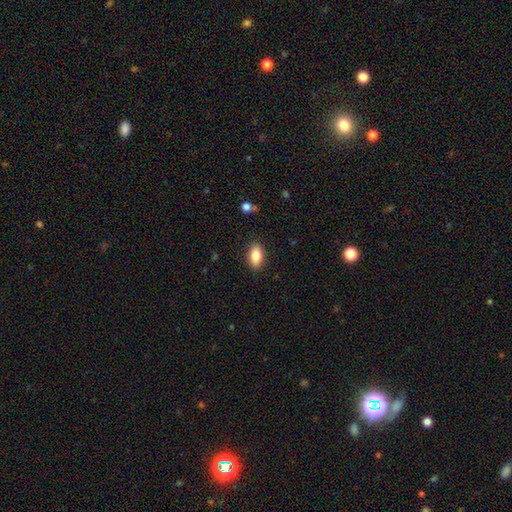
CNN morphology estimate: smooth_or_featured: smooth (p=0.85) [alt: featured or disk p=0.08]
how_rounded: in between (p=0.90) [alt: round p=0.05]
merging: none (p=0.88) [alt: minor disturbance p=0.09]